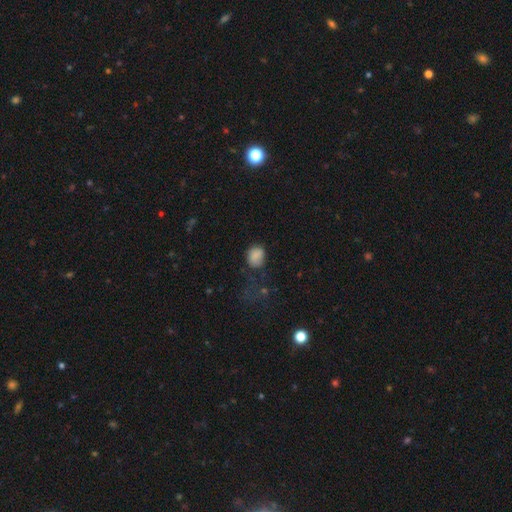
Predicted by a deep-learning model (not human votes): Smooth or featured: smooth — 82% (star or artifact — 11%)
How rounded: in between — 50% (round — 49%)
Merging: none — 56% (minor disturbance — 28%)